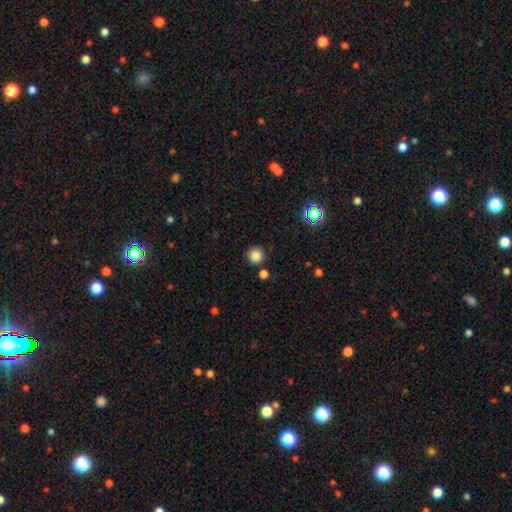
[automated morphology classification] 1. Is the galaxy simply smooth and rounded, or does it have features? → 84% smooth, 12% star or artifact, 4% featured or disk.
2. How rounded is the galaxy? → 95% round, 4% in between, 1% cigar-shaped.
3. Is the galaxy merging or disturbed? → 86% none, 7% minor disturbance, 5% merger, 2% major disturbance.